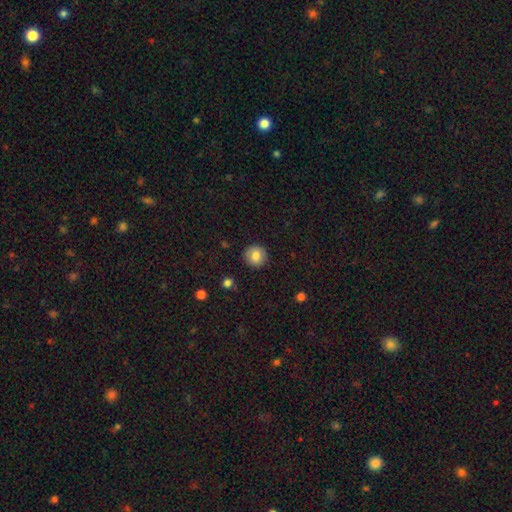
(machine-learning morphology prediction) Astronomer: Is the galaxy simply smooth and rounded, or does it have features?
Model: smooth — 82%.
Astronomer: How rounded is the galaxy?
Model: round — 92%.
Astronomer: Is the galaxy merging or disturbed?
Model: none — 89%.